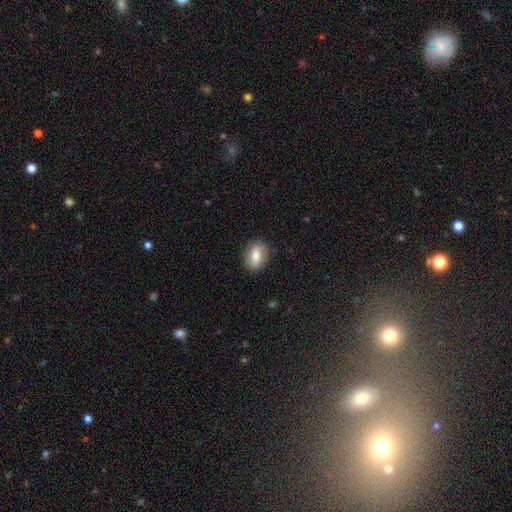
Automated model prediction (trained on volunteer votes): The model was most divided on "how rounded": in between: 78%, round: 20%, cigar-shaped: 3%. More confident: merging — none (85%); smooth or featured — smooth (79%).